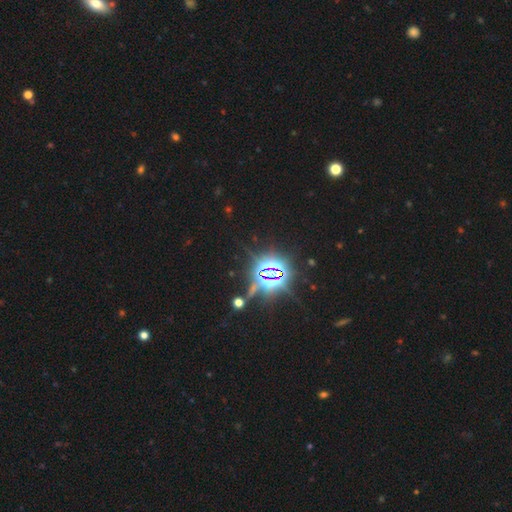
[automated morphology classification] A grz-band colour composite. It shows a star or artifact, not a galaxy (84%).